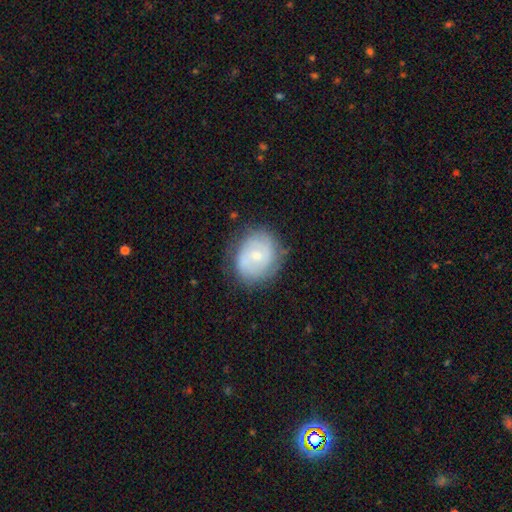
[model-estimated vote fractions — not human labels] smooth-or-featured: featured or disk: 55% | smooth: 38% | star or artifact: 7%
  disk-edge-on: no: 97% | yes: 3%
    bar: no: 59% | weak: 35% | strong: 6%
    has-spiral-arms: yes: 79% | no: 21%
    bulge-size: small: 57% | moderate: 37% | none: 3% | large: 2% | dominant: 1%
  merging: none: 76% | minor disturbance: 17% | major disturbance: 6% | merger: 2%